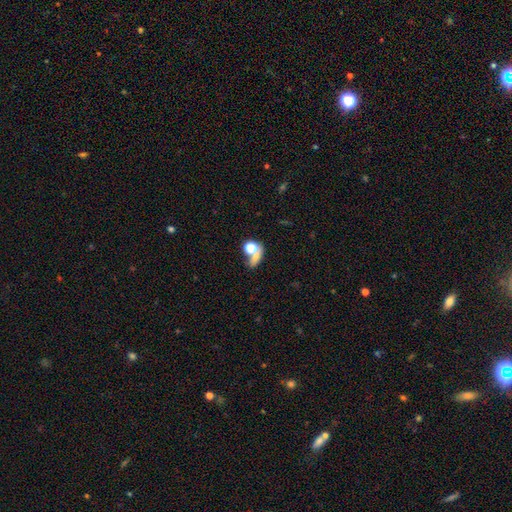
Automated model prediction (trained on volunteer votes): smooth 64%, featured or disk 19%, star or artifact 18%. Down the decision tree: how rounded — in between (50%); merging — merger (45%).